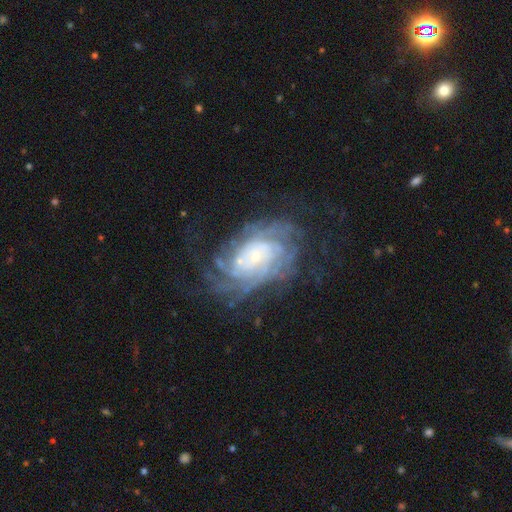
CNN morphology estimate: Smooth or featured: featured or disk — 85% (smooth — 8%)
Edge-on disk: no — 97% (yes — 3%)
Bar: no — 71% (weak — 22%)
Spiral arms: yes — 95% (no — 5%)
Spiral winding: tight — 67% (medium — 25%)
Spiral arm count: can't tell — 37% (4 — 18%)
Bulge size: small — 71% (moderate — 17%)
Merging: none — 63% (minor disturbance — 18%)